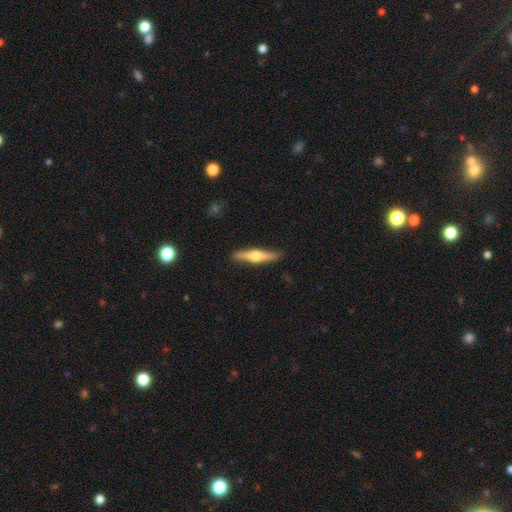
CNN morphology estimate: This appears to be a featured or disk galaxy (61%) viewed edge-on (96%) with a rounded central bulge (94%). Merging: none (89%).